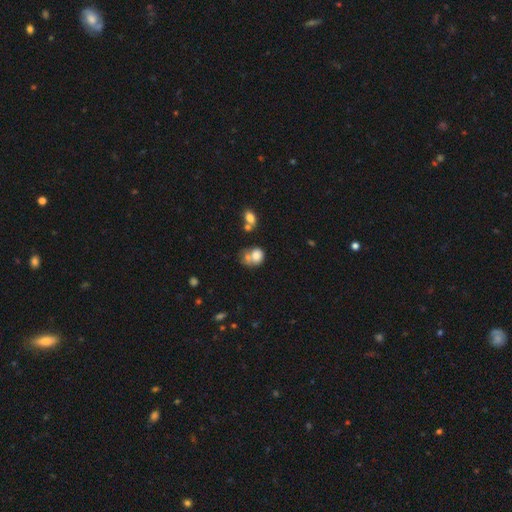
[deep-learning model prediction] A smooth galaxy with no disk features (74%) that is round (50%). Merging: merger (43%).